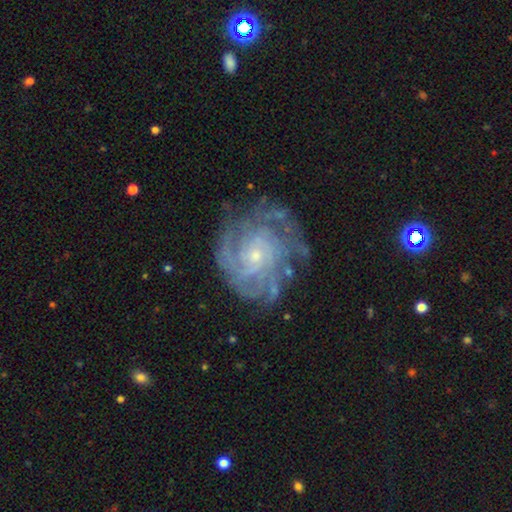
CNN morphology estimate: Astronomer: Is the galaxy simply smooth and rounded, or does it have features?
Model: featured or disk — 87%.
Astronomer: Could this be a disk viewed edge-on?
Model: no — 97%.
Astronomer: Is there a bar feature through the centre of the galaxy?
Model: no — 74%.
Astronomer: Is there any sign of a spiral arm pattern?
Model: yes — 96%.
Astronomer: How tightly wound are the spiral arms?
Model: tight — 70%.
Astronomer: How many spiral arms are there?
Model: can't tell — 31% (runner-up: 4, 23%).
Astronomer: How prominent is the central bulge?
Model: small — 75%.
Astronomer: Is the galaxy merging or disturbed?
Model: none — 70%.